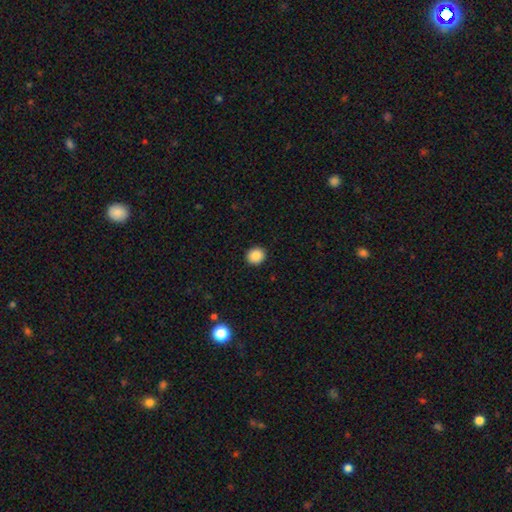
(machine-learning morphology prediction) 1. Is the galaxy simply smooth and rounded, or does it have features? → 88% smooth, 9% star or artifact, 3% featured or disk.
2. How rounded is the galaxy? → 82% round, 17% in between, 1% cigar-shaped.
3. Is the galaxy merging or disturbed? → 92% none, 5% minor disturbance, 2% major disturbance, 1% merger.